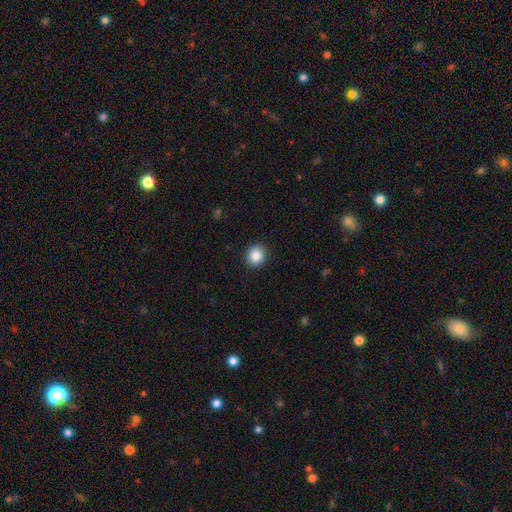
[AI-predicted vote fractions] Overall: smooth (86%). How rounded: round (84%). Merging: none (92%).